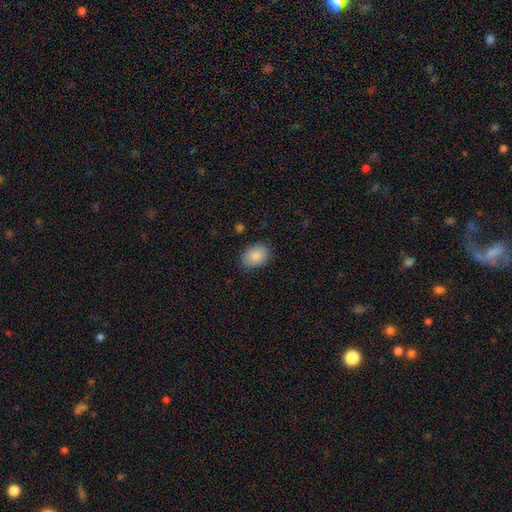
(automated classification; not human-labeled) Smooth or featured? smooth (88%)
How rounded? in between (79%)
Merging? none (86%)